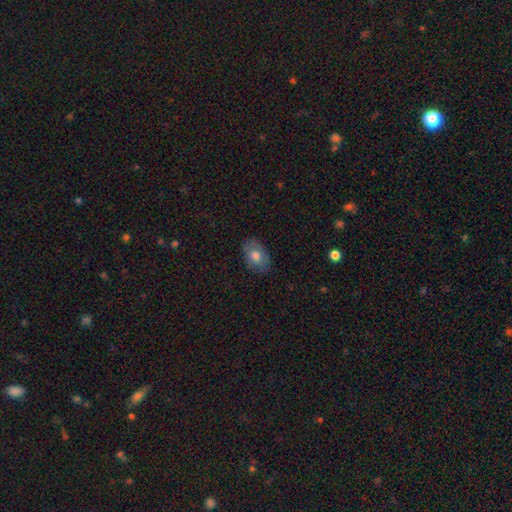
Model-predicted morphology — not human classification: The model was most divided on "smooth or featured": smooth: 73%, featured or disk: 19%, star or artifact: 8%. More confident: how rounded — in between (82%); merging — none (81%).